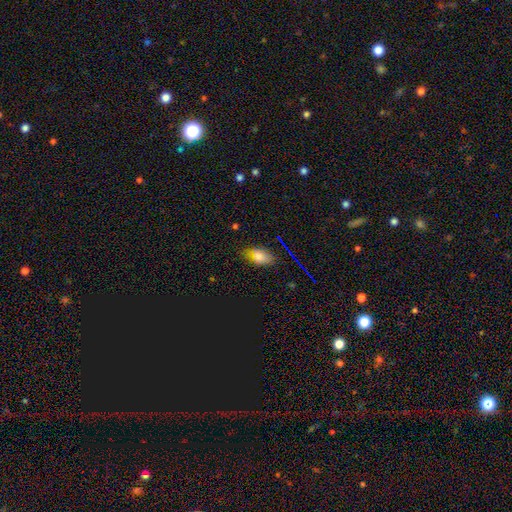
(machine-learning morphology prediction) Q: Smooth or featured?
A: smooth (66%); runner-up: star or artifact (21%)
Q: How rounded?
A: in between (85%); runner-up: round (9%)
Q: Merging?
A: none (78%); runner-up: minor disturbance (16%)